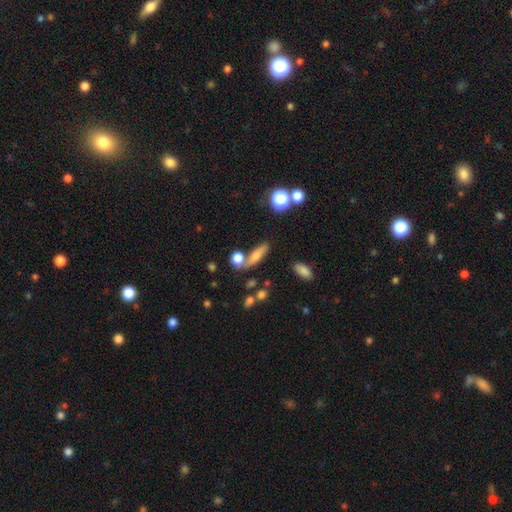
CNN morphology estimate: This appears to be a smooth galaxy with no disk features (63%) that is cigar-shaped (53%). Merging: none (58%).